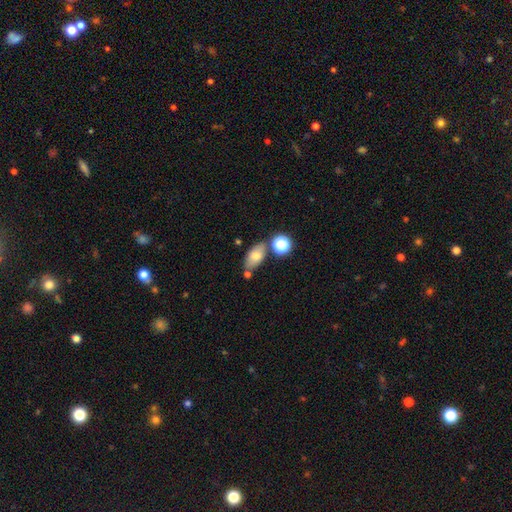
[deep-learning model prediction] Morphology: type=smooth (72%); roundness=in between (87%); merging=none (67%).